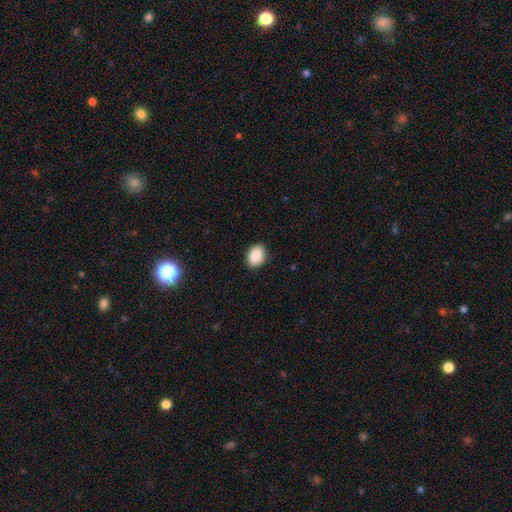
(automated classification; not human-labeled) Smooth or featured: smooth — 88% (star or artifact — 8%)
How rounded: in between — 72% (round — 27%)
Merging: none — 84% (minor disturbance — 13%)